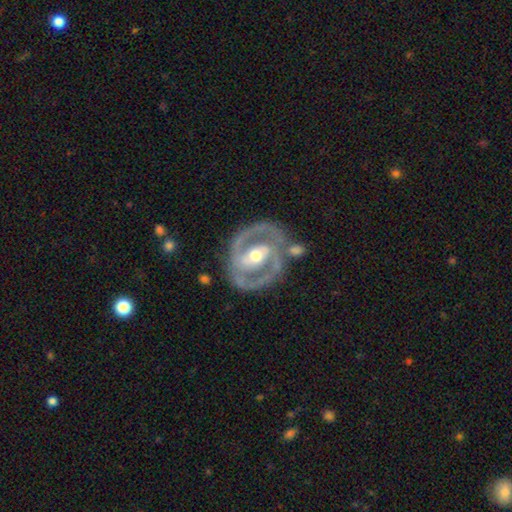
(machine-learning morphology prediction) A featured or disk galaxy (85%) with a strong bar (41%), 2 (84%) tight (46%) spiral arms (82%) and a moderate central bulge (72%).

Vote fractions:
- Smooth or featured? featured or disk: 85% / smooth: 11% / star or artifact: 4%
- Edge-on disk? no: 97% / yes: 3%
- Bar? strong: 41% / weak: 35% / no: 24%
- Spiral arms? yes: 82% / no: 18%
- Spiral winding? tight: 46% / medium: 43% / loose: 11%
- Spiral arm count? 2: 84% / can't tell: 7% / 1: 4% / 3: 3% / 4: 1% / more than 4: 1%
- Bulge size? moderate: 72% / small: 18% / large: 7% / none: 1% / dominant: 1%
- Merging? none: 71% / minor disturbance: 16% / major disturbance: 7% / merger: 6%